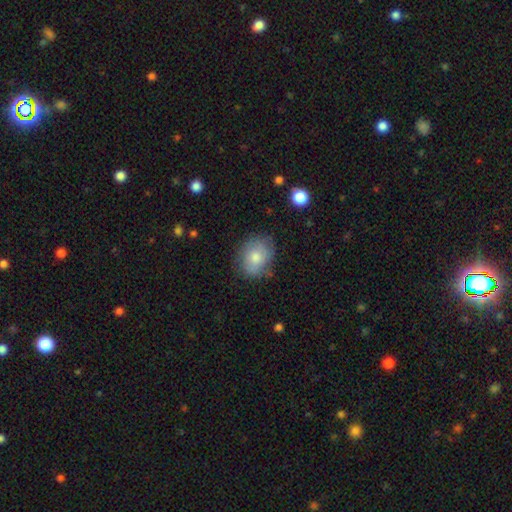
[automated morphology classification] This appears to be a smooth galaxy with no disk features (74%) that is round (50%). Merging: none (74%).